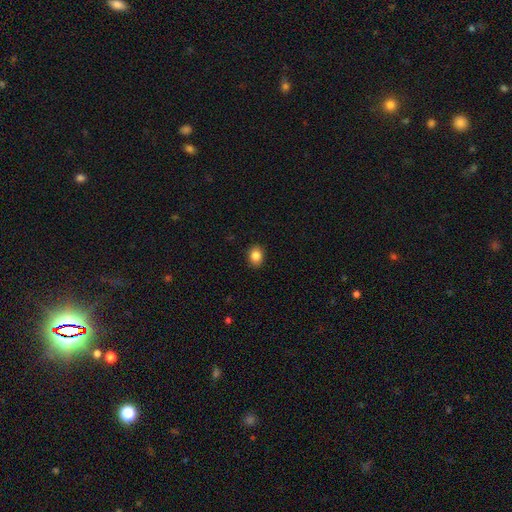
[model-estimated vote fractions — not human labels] smooth 85%, star or artifact 9%, featured or disk 6%. Down the decision tree: how rounded — in between (57%); merging — none (90%).